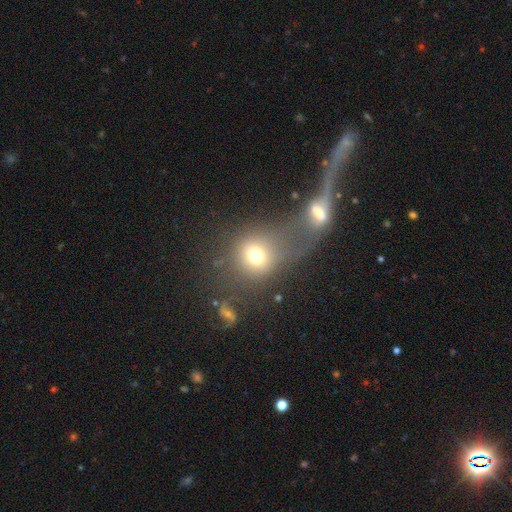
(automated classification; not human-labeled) Smooth or featured?
  - smooth: 69% *
  - featured or disk: 16%
  - star or artifact: 15%
How rounded?
  - round: 79% *
  - in between: 19%
  - cigar-shaped: 2%
Merging?
  - none: 40% *
  - merger: 34%
  - major disturbance: 14%
  - minor disturbance: 12%